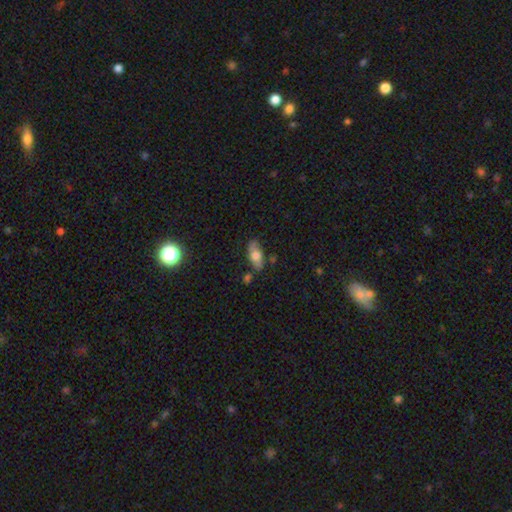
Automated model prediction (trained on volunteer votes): This is likely a smooth galaxy (62%). How rounded: clearly in between (82%). Merging: likely none (74%).